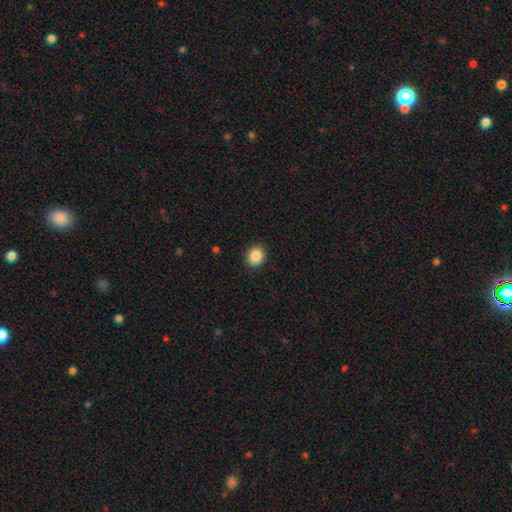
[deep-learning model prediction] smooth 86%, star or artifact 9%, featured or disk 5%. Down the decision tree: how rounded — round (75%); merging — none (91%).